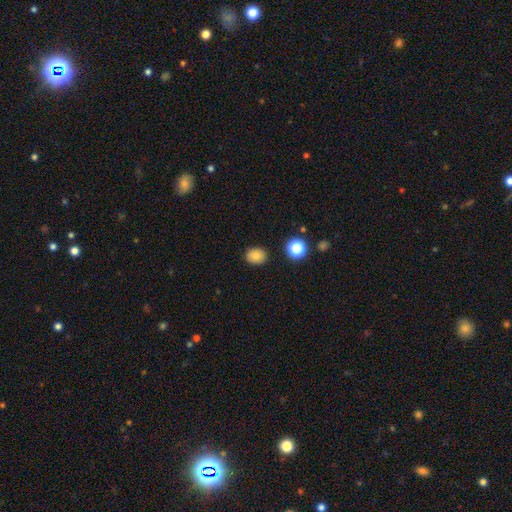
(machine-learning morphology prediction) Smooth or featured? Predicted: smooth (p=0.83). How rounded? Predicted: in between (p=0.53). Merging? Predicted: none (p=0.87).